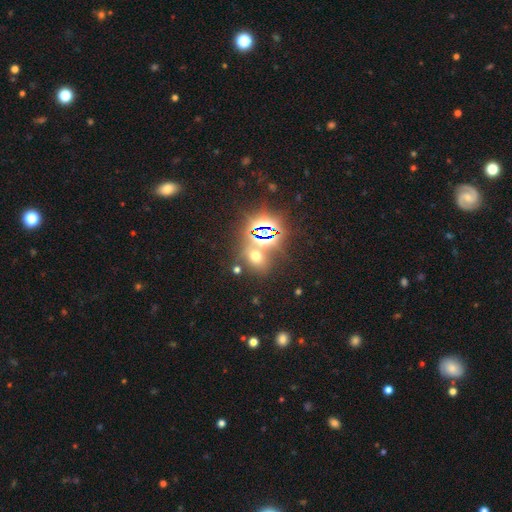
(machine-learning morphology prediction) A star or artifact, not a galaxy (48%).

Vote fractions:
- Smooth or featured? star or artifact: 48% / smooth: 43% / featured or disk: 9%